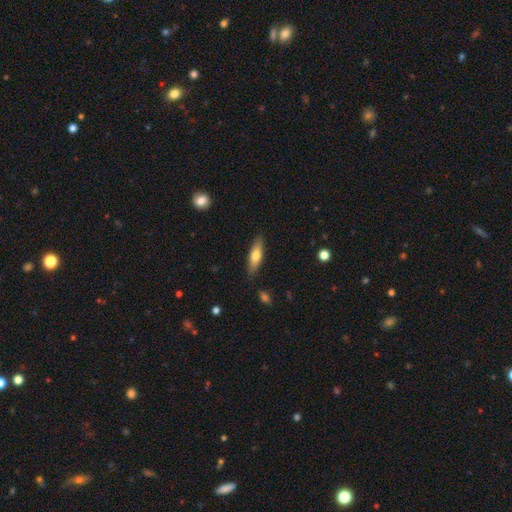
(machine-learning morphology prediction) A smooth galaxy with no disk features (66%) that is cigar-shaped (57%). Merging: none (86%).